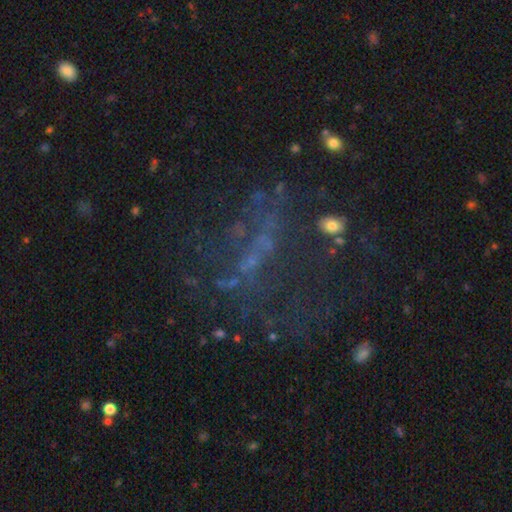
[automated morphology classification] smooth_or_featured: featured or disk (p=0.49) [alt: star or artifact p=0.34]
merging: none (p=0.49) [alt: major disturbance p=0.31]